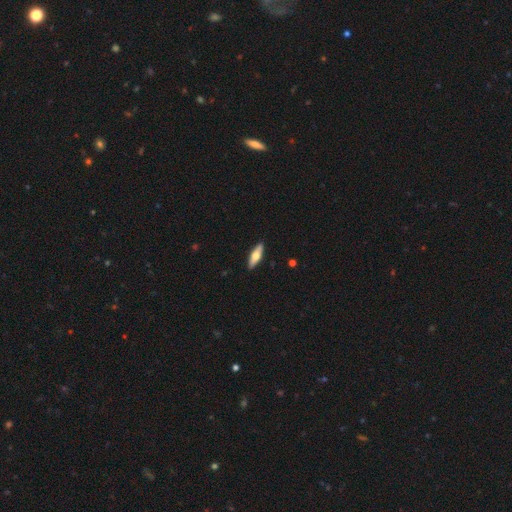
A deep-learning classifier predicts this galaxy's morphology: type=smooth (53%); roundness=cigar-shaped (51%); merging=none (90%).